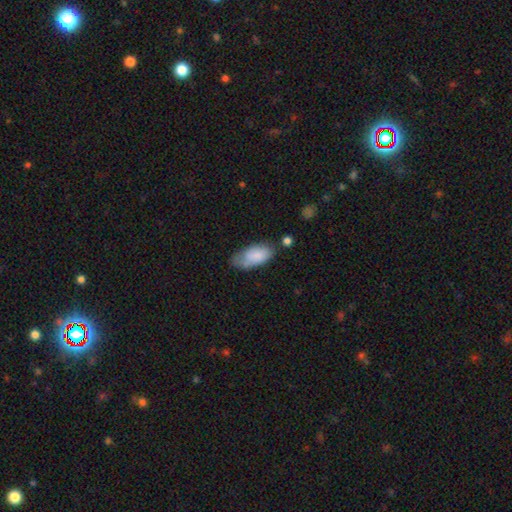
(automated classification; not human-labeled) Overall: smooth (81%). How rounded: in between (93%). Merging: none (49%; minor disturbance 34%).